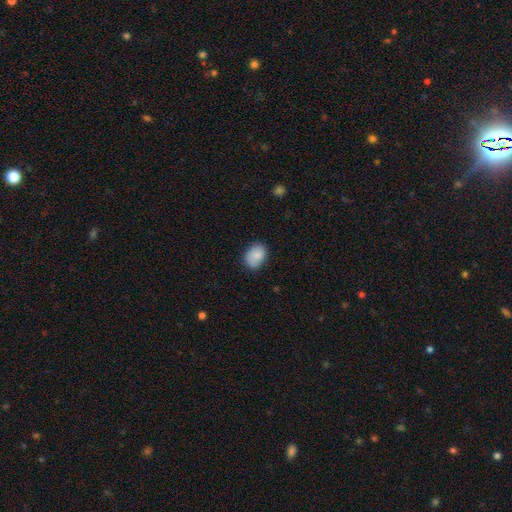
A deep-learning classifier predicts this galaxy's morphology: This is clearly a smooth galaxy (86%). How rounded: likely in between (76%). Merging: likely none (74%).